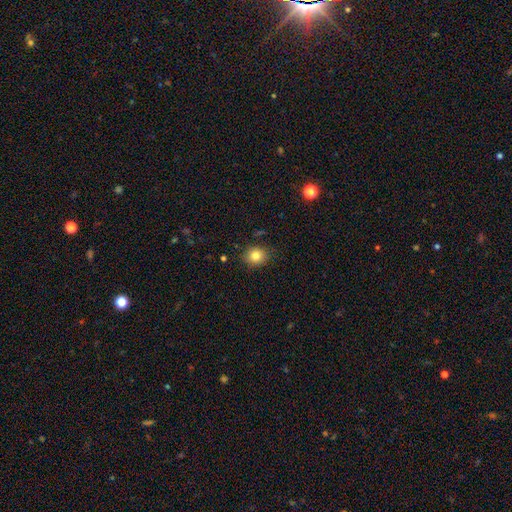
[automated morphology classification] smooth-or-featured: smooth: 82% | star or artifact: 11% | featured or disk: 7%
  how-rounded: round: 71% | in between: 28% | cigar-shaped: 1%
  merging: none: 86% | minor disturbance: 10% | major disturbance: 2% | merger: 1%